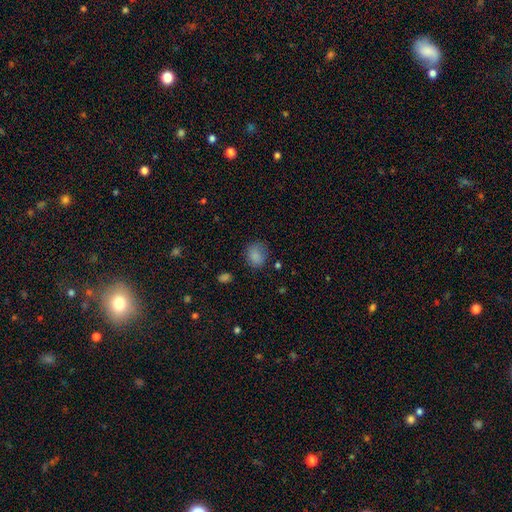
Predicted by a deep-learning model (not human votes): Smooth or featured? Predicted: smooth (p=0.83). How rounded? Predicted: round (p=0.66). Merging? Predicted: none (p=0.70).